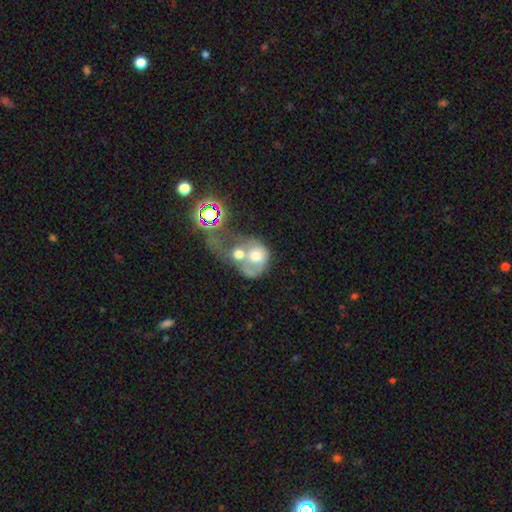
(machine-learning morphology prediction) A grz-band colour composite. It shows a smooth galaxy with no disk features (45%). Merging: merger (75%).